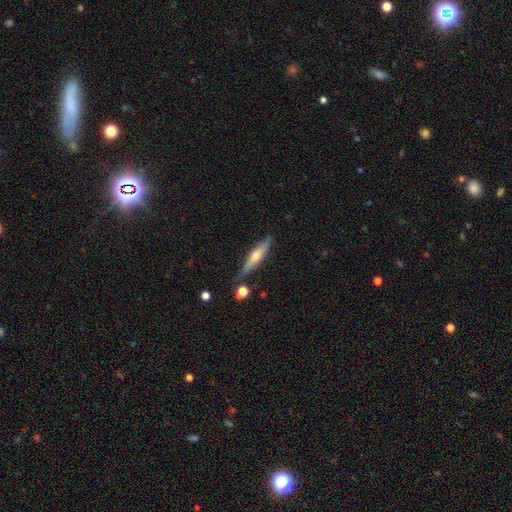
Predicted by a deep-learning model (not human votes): A featured or disk galaxy (61%) viewed edge-on (95%) with a rounded central bulge (86%).

Vote fractions:
- Smooth or featured? featured or disk: 61% / smooth: 32% / star or artifact: 7%
- Edge-on disk? yes: 95% / no: 5%
- Edge-on bulge? rounded: 86% / none: 9% / boxy: 5%
- Merging? none: 82% / minor disturbance: 11% / merger: 5% / major disturbance: 2%